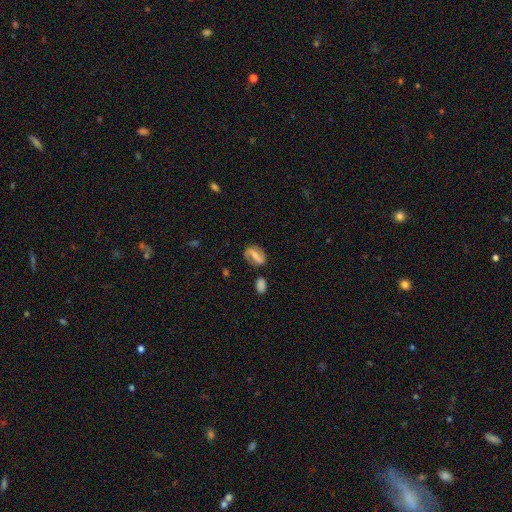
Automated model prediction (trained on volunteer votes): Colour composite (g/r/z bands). It shows a featured or disk galaxy (69%) with a strong bar (52%), 2 (87%) loose (44%) spiral arms (87%) and a small central bulge (42%). Merging: none (71%).